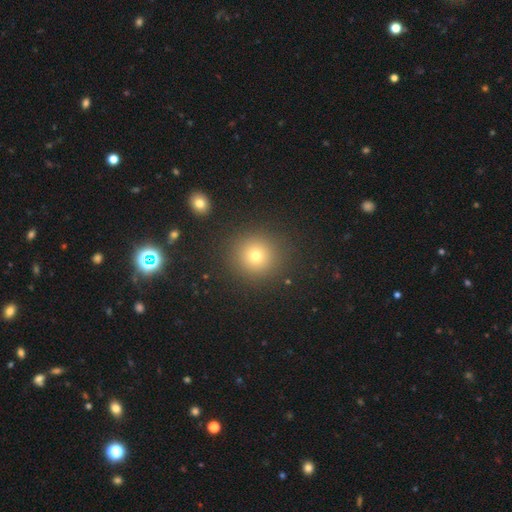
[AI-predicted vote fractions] This appears to be a smooth galaxy with no disk features (72%) that is round (94%). Merging: none (90%).